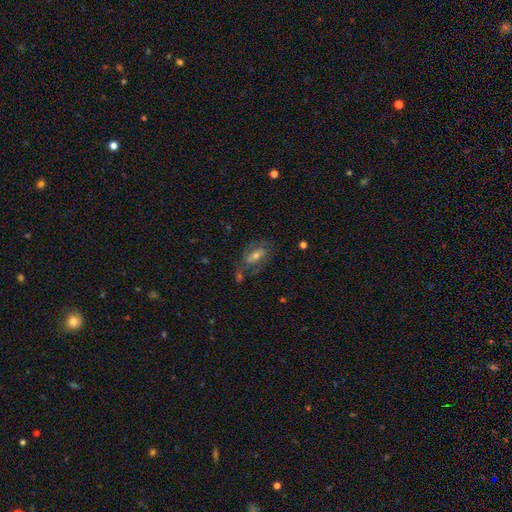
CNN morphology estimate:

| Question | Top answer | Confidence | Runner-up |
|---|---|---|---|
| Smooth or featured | featured or disk | 64% | smooth (23%) |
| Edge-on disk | no | 93% | yes (7%) |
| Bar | weak | 43% | no (34%) |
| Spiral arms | yes | 79% | no (21%) |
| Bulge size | moderate | 50% | small (42%) |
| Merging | none | 60% | minor disturbance (18%) |